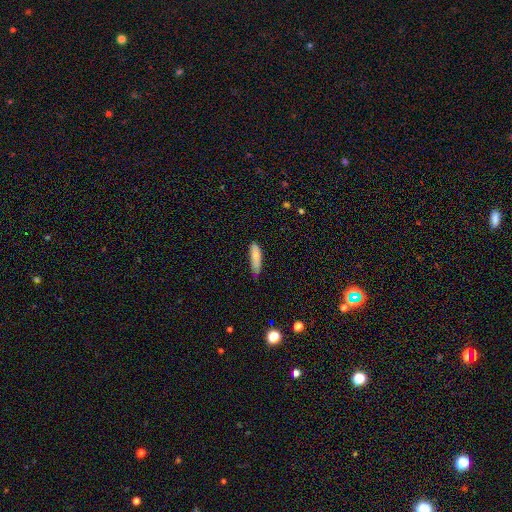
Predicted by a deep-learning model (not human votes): This appears to be a smooth galaxy with no disk features (79%) that is cigar-shaped (65%). Merging: none (52%).